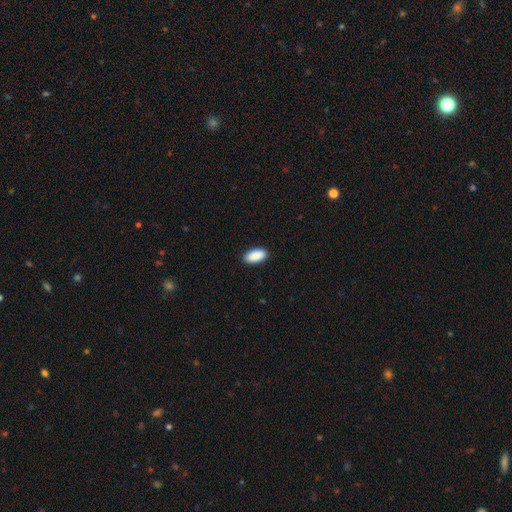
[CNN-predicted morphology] The model was most divided on "merging": none: 89%, minor disturbance: 9%, major disturbance: 2%, merger: 1%. More confident: how rounded — in between (94%); smooth or featured — smooth (91%).